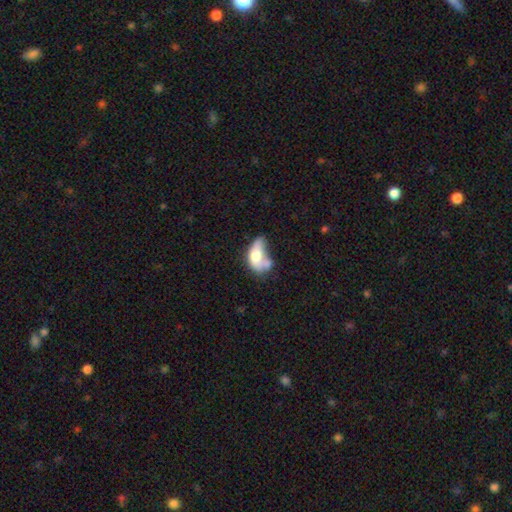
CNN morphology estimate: This is likely a smooth galaxy (61%). How rounded: clearly in between (86%). Merging: marginally merger (42%).